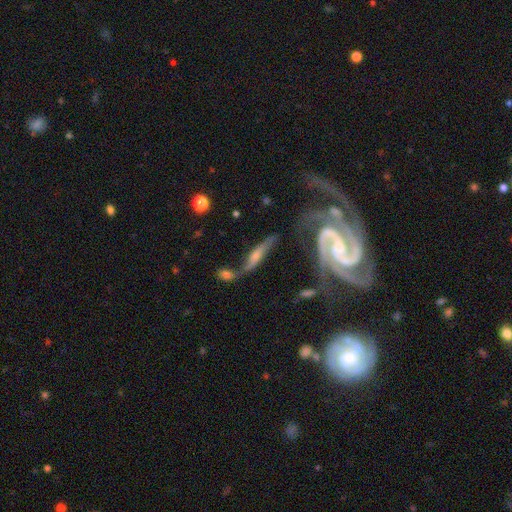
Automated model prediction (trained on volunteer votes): This is likely a featured or disk galaxy (74%). It is likely not viewed edge-on (66%). Merging: marginally none (43%).